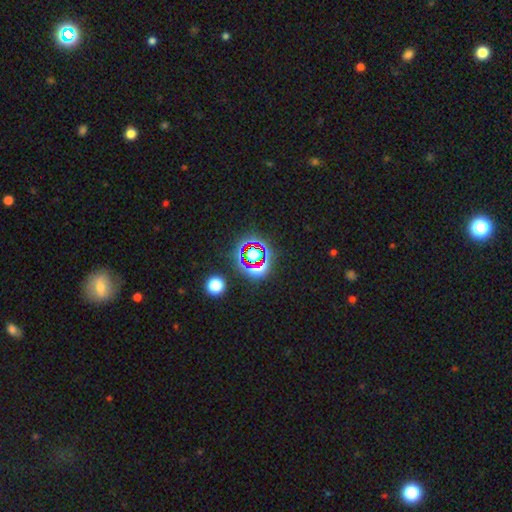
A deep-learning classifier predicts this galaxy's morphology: Smooth or featured? Predicted: star or artifact (p=0.67).